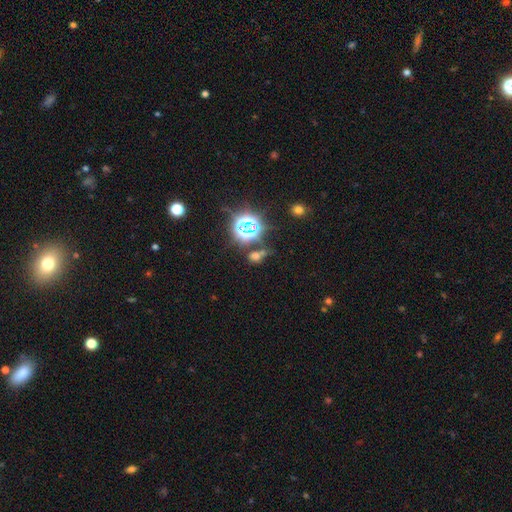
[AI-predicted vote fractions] A star or artifact, not a galaxy (50%).